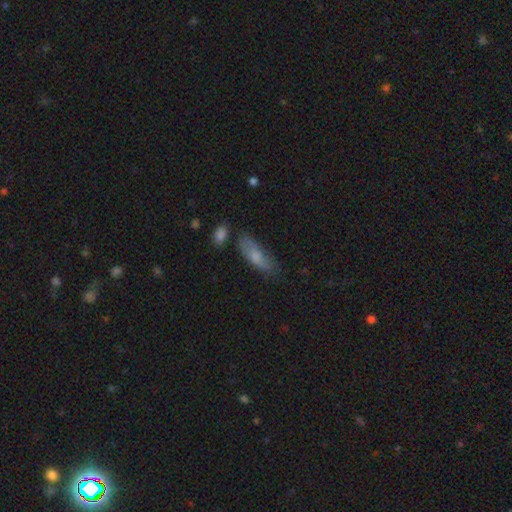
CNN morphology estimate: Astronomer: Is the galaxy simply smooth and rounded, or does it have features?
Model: smooth — 72%.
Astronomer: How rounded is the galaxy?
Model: in between — 55% (runner-up: cigar-shaped, 42%).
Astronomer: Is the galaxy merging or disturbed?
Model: none — 64%.